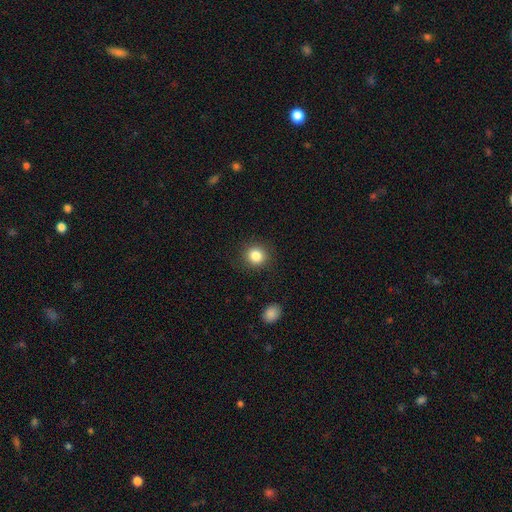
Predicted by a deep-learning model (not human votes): Overall: smooth (84%). How rounded: round (89%). Merging: none (89%).